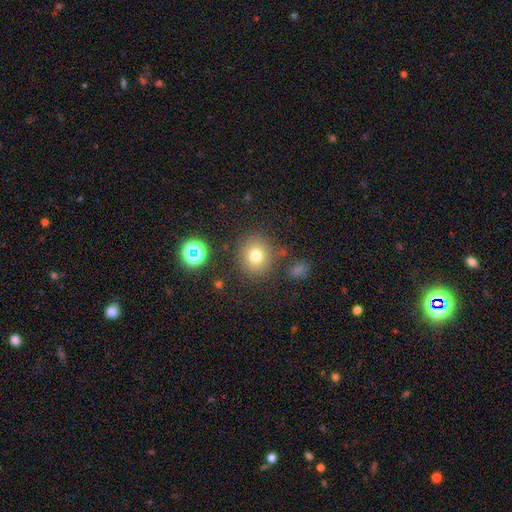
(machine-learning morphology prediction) smooth-or-featured: smooth: 75% | star or artifact: 15% | featured or disk: 10%
  how-rounded: round: 86% | in between: 13% | cigar-shaped: 1%
  merging: none: 82% | minor disturbance: 10% | major disturbance: 4% | merger: 4%